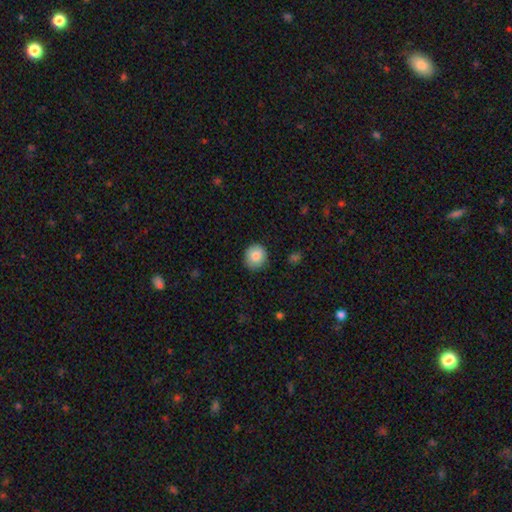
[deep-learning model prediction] This is clearly a smooth galaxy (84%). How rounded: clearly round (89%). Merging: clearly none (87%).